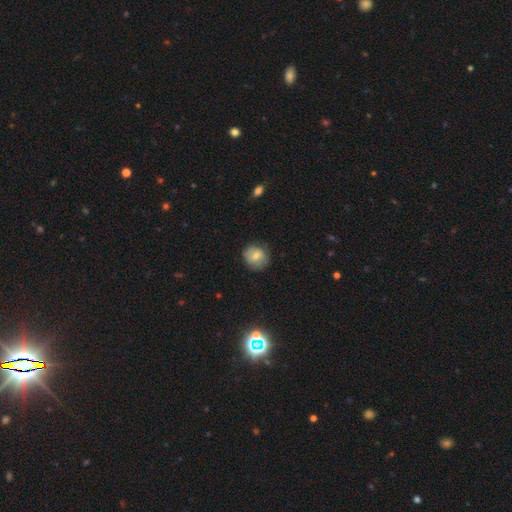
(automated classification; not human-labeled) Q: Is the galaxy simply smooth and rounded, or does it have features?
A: smooth — 69%.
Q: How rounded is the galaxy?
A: round — 83%.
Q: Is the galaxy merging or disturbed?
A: none — 76%.